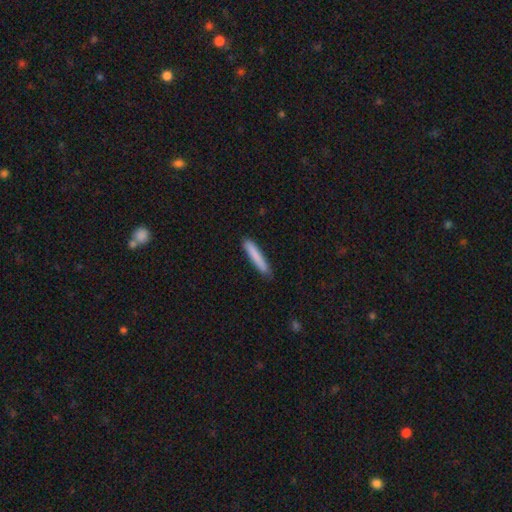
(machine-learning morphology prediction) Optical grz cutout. It shows a smooth galaxy with no disk features (83%) that is cigar-shaped (94%). Merging: none (86%).